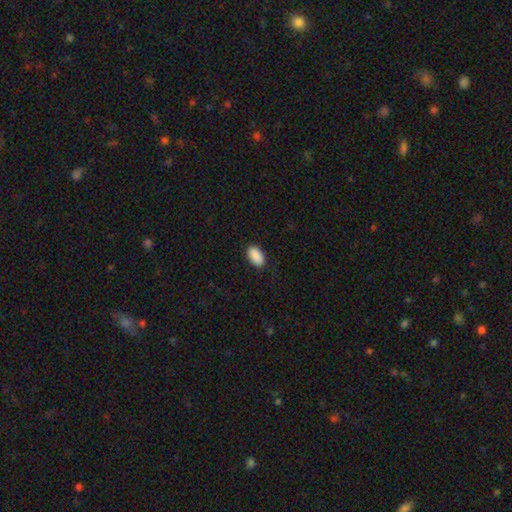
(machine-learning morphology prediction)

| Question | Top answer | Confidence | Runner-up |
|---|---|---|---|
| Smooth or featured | smooth | 91% | star or artifact (7%) |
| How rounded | in between | 94% | round (4%) |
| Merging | none | 87% | minor disturbance (9%) |